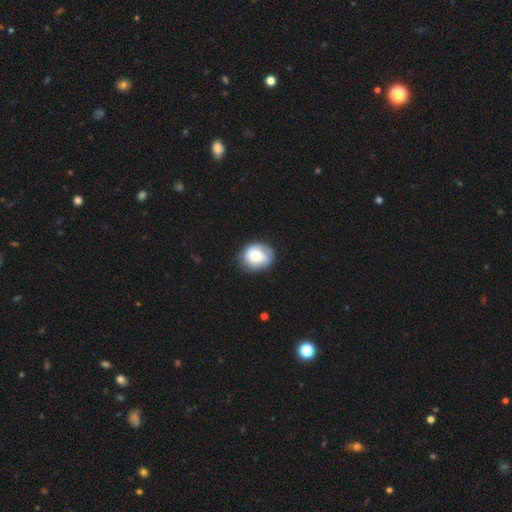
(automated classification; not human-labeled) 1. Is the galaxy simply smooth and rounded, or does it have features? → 69% smooth, 24% featured or disk, 7% star or artifact.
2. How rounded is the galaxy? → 69% round, 30% in between, 1% cigar-shaped.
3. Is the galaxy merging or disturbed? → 70% none, 22% minor disturbance, 6% major disturbance, 2% merger.